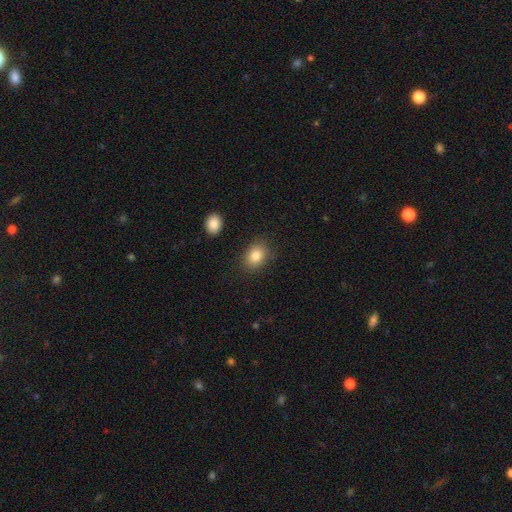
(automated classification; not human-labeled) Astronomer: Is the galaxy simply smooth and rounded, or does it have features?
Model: smooth — 84%.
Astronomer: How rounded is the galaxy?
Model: in between — 61% (runner-up: round, 38%).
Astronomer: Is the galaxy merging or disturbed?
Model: none — 85%.